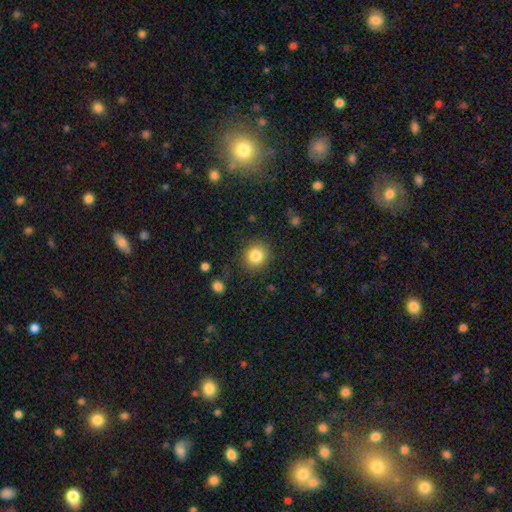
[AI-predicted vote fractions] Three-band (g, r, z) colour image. It shows a smooth galaxy with no disk features (84%) that is round (87%). Merging: none (85%).